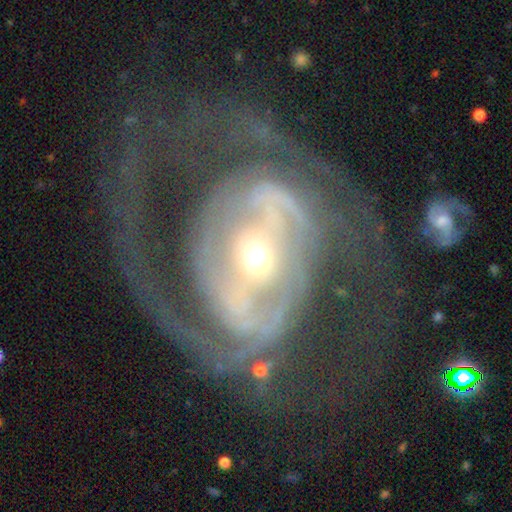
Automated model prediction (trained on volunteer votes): Smooth or featured? Predicted: featured or disk (p=0.84). Edge-on disk? Predicted: no (p=0.95). Bar? Predicted: strong (p=0.49). Spiral arms? Predicted: yes (p=0.71). Spiral winding? Predicted: medium (p=0.42). Spiral arm count? Predicted: 2 (p=0.64). Bulge size? Predicted: small (p=0.51). Merging? Predicted: none (p=0.56).